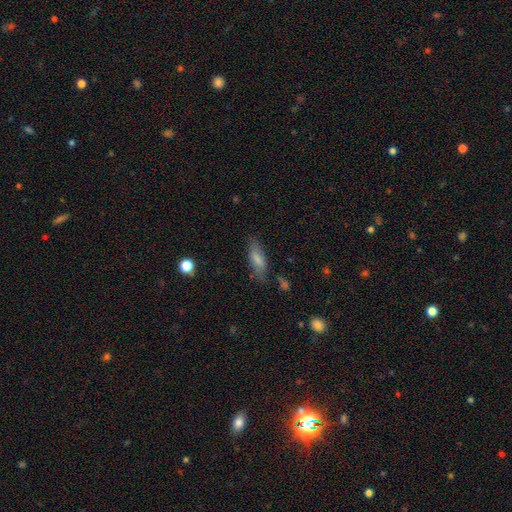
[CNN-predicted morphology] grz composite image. It shows a smooth galaxy with no disk features (61%) that is in between round and cigar-shaped (51%). Merging: none (76%).